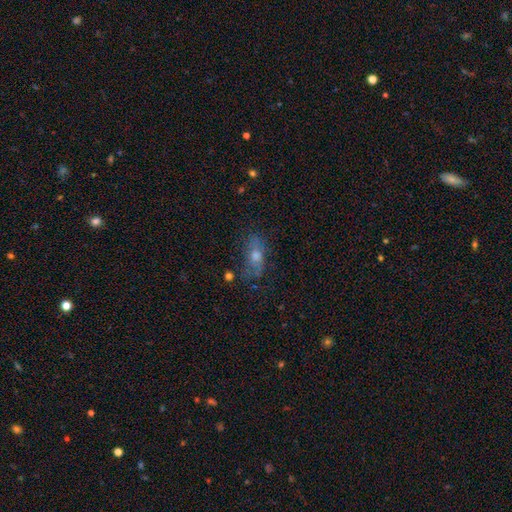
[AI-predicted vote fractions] smooth 43%, featured or disk 39%, star or artifact 18%. Down the decision tree: merging — none (61%).